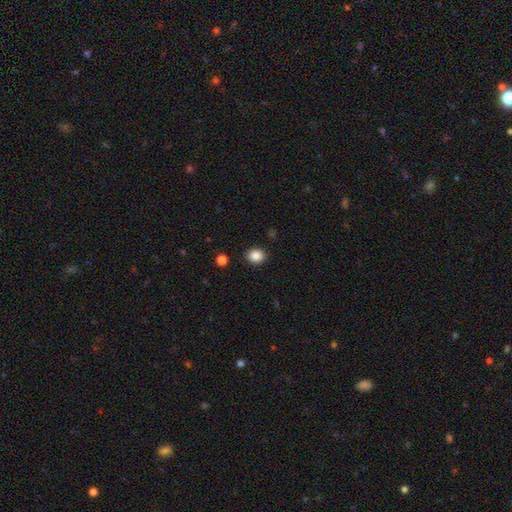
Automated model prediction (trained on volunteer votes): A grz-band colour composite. It shows a smooth galaxy with no disk features (86%) that is round (67%). Merging: none (89%).